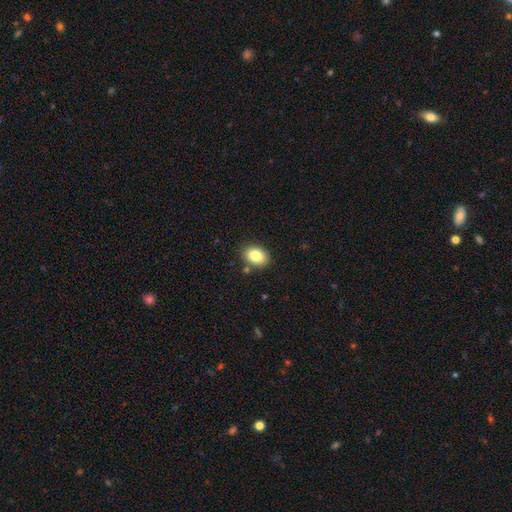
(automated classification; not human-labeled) The model was most divided on "how rounded": in between: 74%, round: 25%, cigar-shaped: 1%. More confident: merging — none (85%); smooth or featured — smooth (83%).